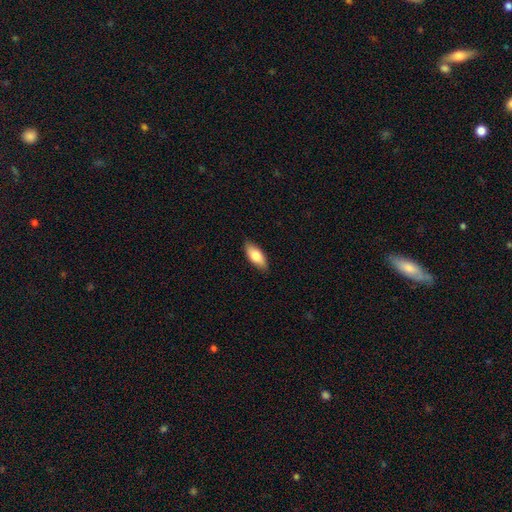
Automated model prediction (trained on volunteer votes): Smooth or featured?
  - smooth: 77% *
  - featured or disk: 17%
  - star or artifact: 6%
How rounded?
  - in between: 81% *
  - cigar-shaped: 17%
  - round: 2%
Merging?
  - none: 87% *
  - minor disturbance: 10%
  - major disturbance: 2%
  - merger: 1%